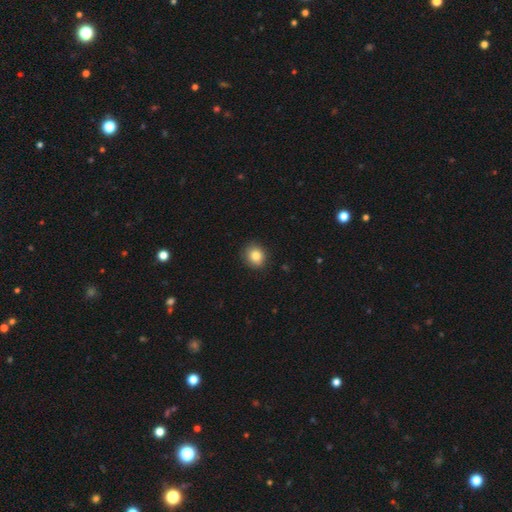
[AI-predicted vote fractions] Overall: smooth (84%). How rounded: round (72%). Merging: none (86%).